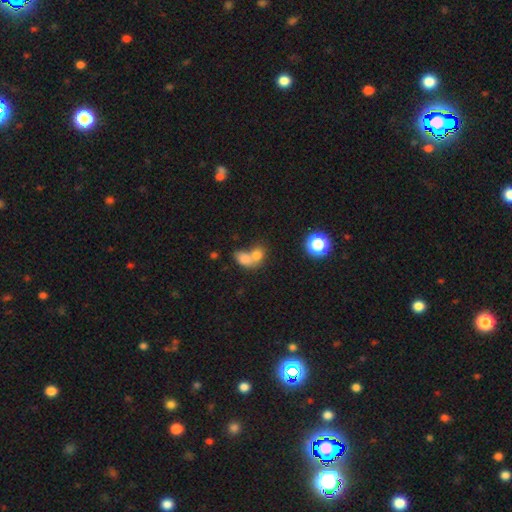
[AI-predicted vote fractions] smooth_or_featured: smooth (p=0.76) [alt: featured or disk p=0.12]
how_rounded: in between (p=0.59) [alt: round p=0.40]
merging: merger (p=0.69) [alt: none p=0.21]